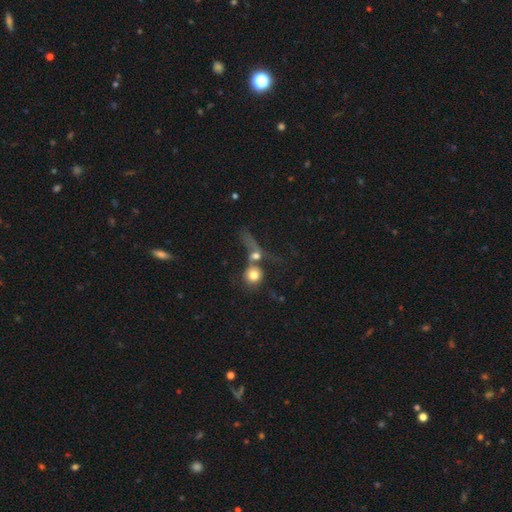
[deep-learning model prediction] This appears to be a smooth galaxy with no disk features (62%) that is round (58%). Merging: merger (48%).